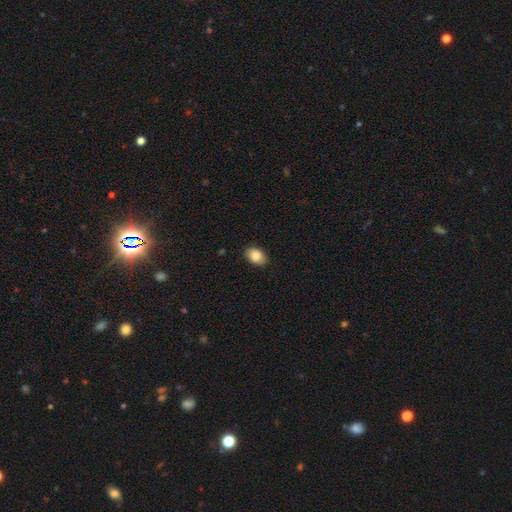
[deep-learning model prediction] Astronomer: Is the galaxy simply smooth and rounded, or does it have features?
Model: smooth — 88%.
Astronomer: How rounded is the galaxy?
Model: in between — 83%.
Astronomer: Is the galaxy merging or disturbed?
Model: none — 88%.